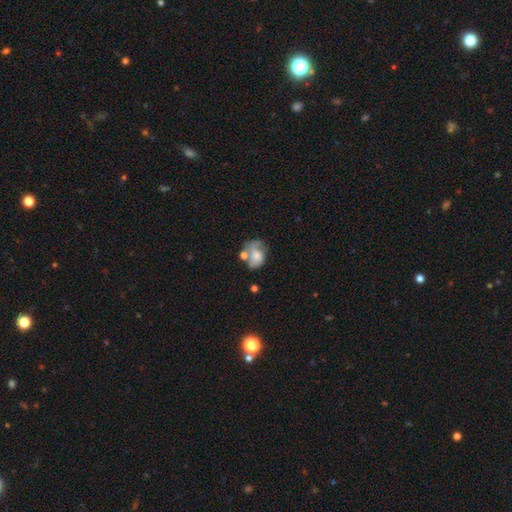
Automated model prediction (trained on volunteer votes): smooth 55%, featured or disk 35%, star or artifact 9%. Down the decision tree: how rounded — in between (62%); merging — none (32%).